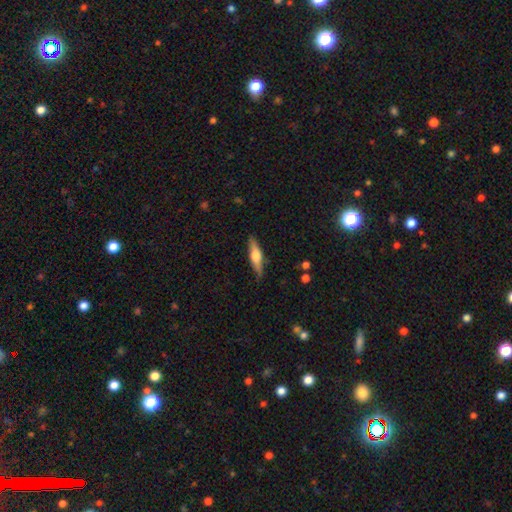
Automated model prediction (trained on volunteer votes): Smooth or featured? Predicted: featured or disk (p=0.48). Merging? Predicted: none (p=0.85).